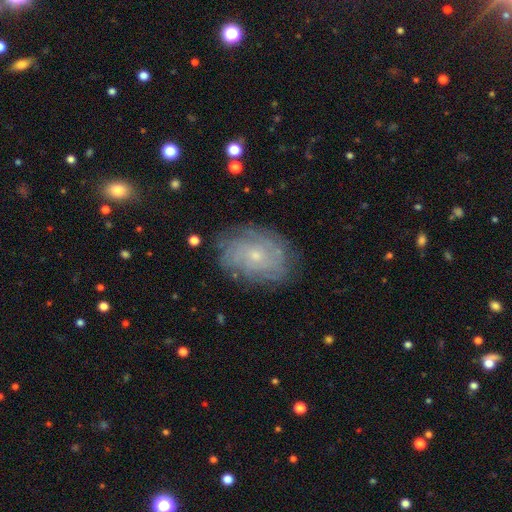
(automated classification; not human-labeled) Smooth or featured? Predicted: featured or disk (p=0.65). Edge-on disk? Predicted: no (p=0.96). Bar? Predicted: no (p=0.83). Spiral arms? Predicted: yes (p=0.82). Spiral winding? Predicted: tight (p=0.68). Spiral arm count? Predicted: can't tell (p=0.59). Bulge size? Predicted: small (p=0.75). Merging? Predicted: none (p=0.77).